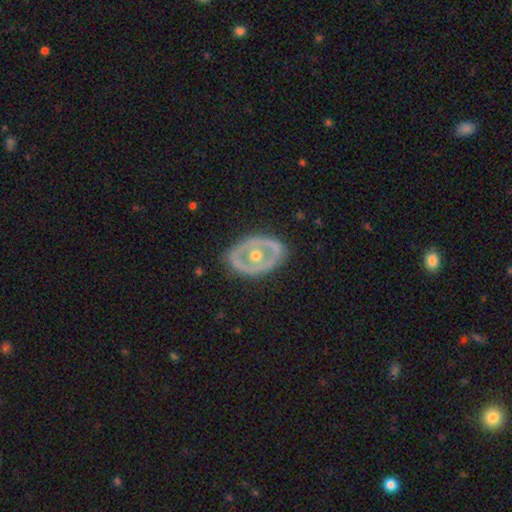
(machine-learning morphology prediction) Q: Smooth or featured?
A: featured or disk (66%); runner-up: smooth (29%)
Q: Edge-on disk?
A: no (91%); runner-up: yes (9%)
Q: Bar?
A: no (83%); runner-up: weak (10%)
Q: Spiral arms?
A: no (92%); runner-up: yes (8%)
Q: Bulge size?
A: moderate (76%); runner-up: small (14%)
Q: Merging?
A: none (80%); runner-up: minor disturbance (13%)